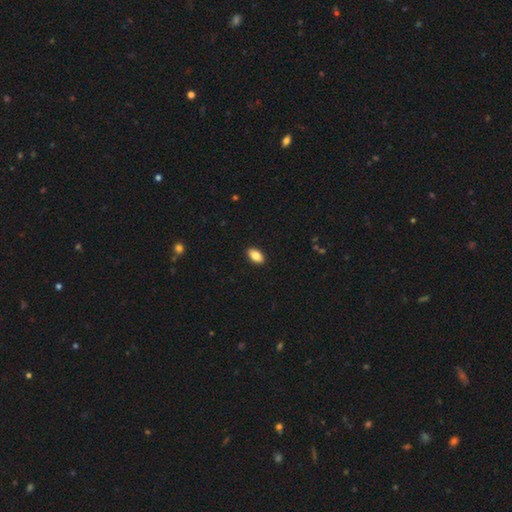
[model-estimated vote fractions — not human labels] Smooth or featured?
  - smooth: 84% *
  - featured or disk: 9%
  - star or artifact: 7%
How rounded?
  - in between: 92% *
  - round: 5%
  - cigar-shaped: 3%
Merging?
  - none: 91% *
  - minor disturbance: 7%
  - major disturbance: 2%
  - merger: 1%